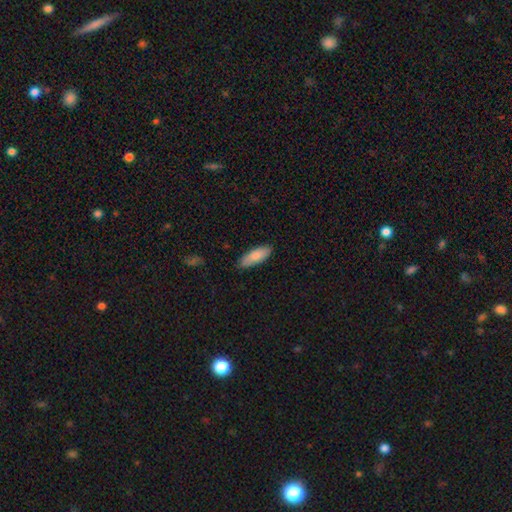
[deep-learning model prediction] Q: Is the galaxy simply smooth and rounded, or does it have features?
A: smooth — 82%.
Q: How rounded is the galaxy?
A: in between — 73%.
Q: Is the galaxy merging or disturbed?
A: none — 83%.